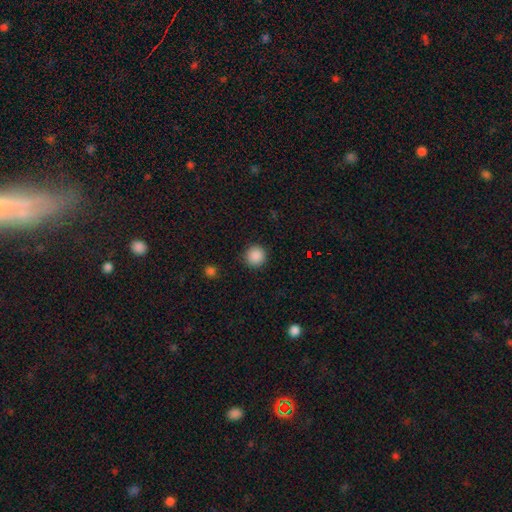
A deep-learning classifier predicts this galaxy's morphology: This is clearly a smooth galaxy (89%). How rounded: clearly round (95%). Merging: clearly none (92%).